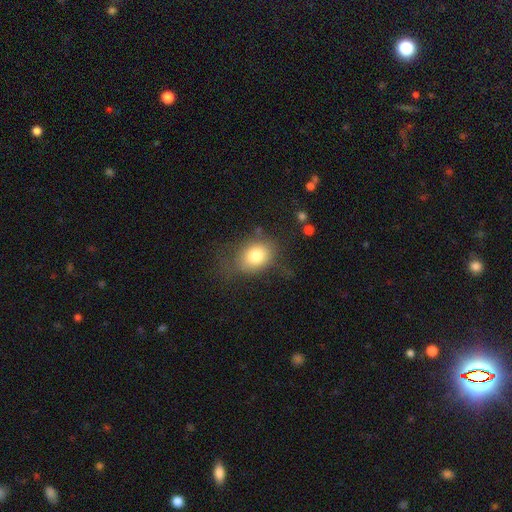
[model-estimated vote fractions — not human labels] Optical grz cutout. It shows a smooth galaxy with no disk features (78%) that is in between round and cigar-shaped (57%). Merging: none (62%).